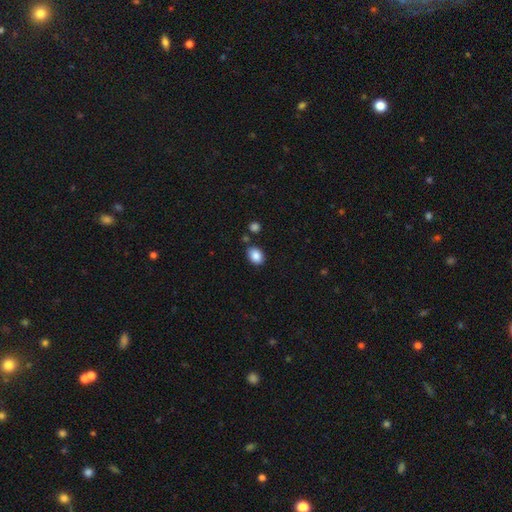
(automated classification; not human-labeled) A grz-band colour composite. It shows a smooth galaxy with no disk features (87%) that is in between round and cigar-shaped (66%). Merging: none (79%).